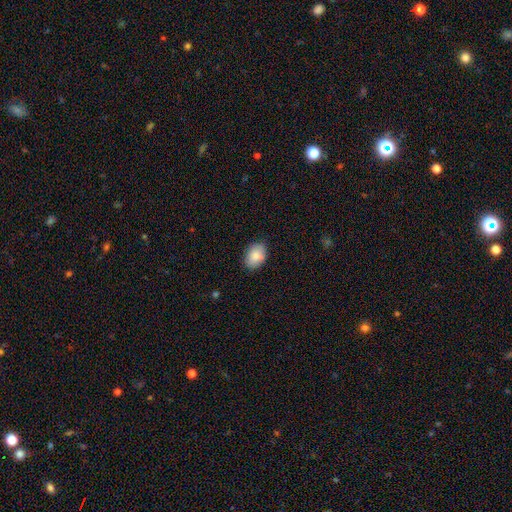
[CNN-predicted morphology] This is clearly a smooth galaxy (85%). How rounded: likely in between (78%). Merging: clearly none (81%).